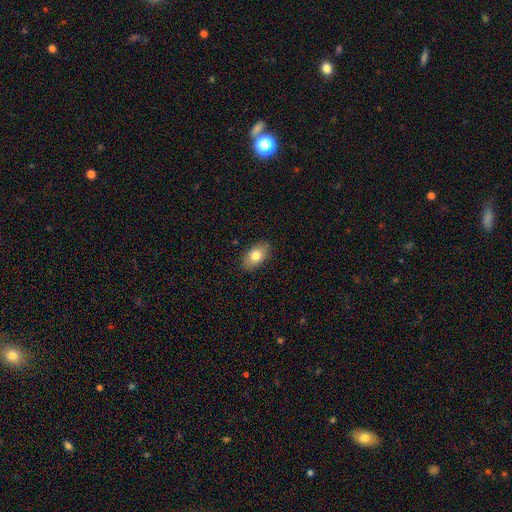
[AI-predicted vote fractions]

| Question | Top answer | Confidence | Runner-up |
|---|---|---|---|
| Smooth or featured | smooth | 78% | featured or disk (15%) |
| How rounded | in between | 92% | round (6%) |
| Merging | none | 88% | minor disturbance (9%) |